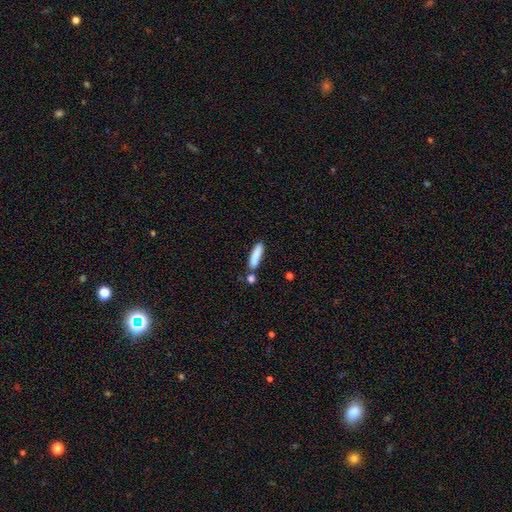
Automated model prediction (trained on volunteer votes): Morphology: type=smooth (82%); roundness=cigar-shaped (76%); merging=none (64%).